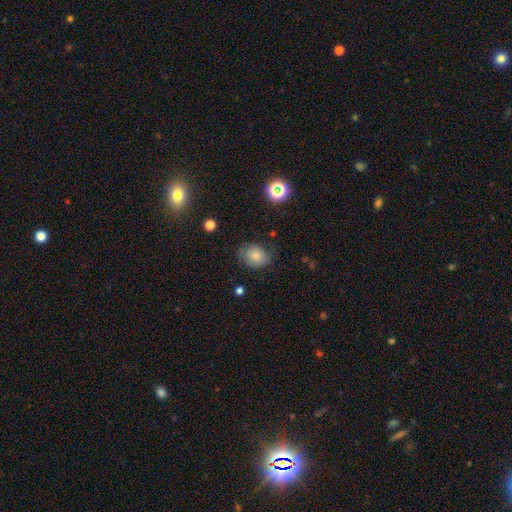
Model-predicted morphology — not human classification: Smooth or featured? smooth (80%)
How rounded? round (53%)
Merging? none (69%)